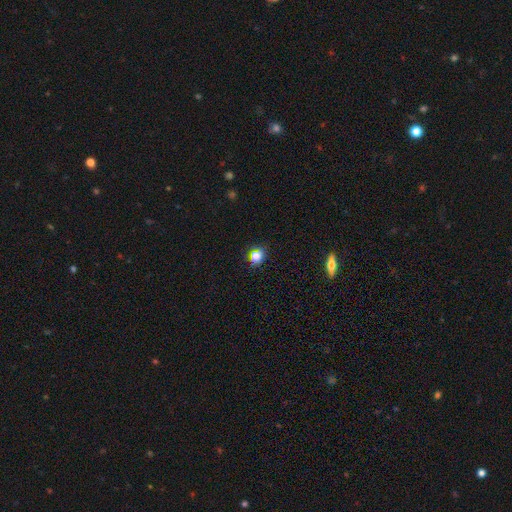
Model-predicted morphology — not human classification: This appears to be a smooth galaxy with no disk features (70%) that is round (64%). Merging: none (80%).